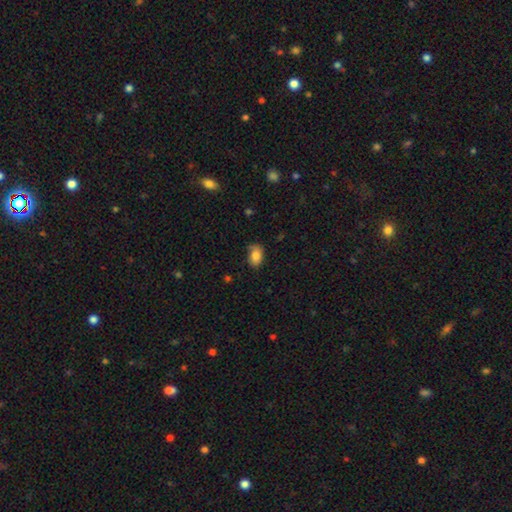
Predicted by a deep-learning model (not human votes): A smooth galaxy with no disk features (83%) that is in between round and cigar-shaped (84%). Merging: none (63%).